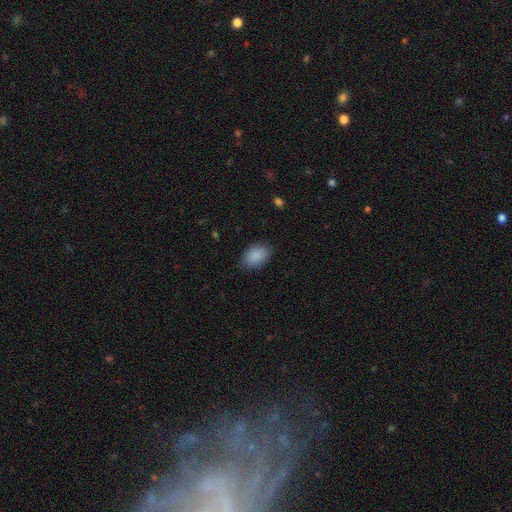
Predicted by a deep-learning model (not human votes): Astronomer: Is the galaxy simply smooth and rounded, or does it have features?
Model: smooth — 89%.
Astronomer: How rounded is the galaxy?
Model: in between — 89%.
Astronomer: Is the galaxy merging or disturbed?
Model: none — 84%.